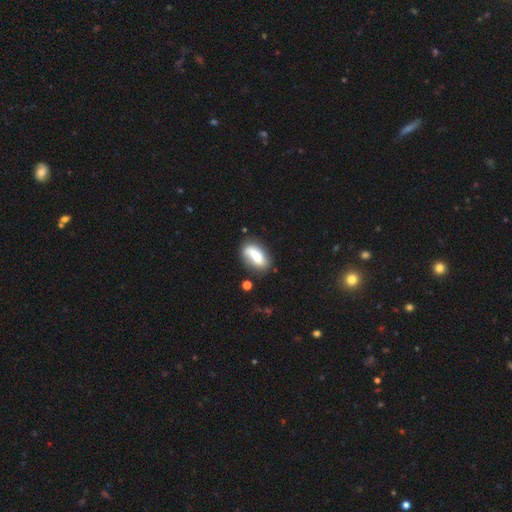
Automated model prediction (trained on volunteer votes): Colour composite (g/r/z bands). It shows a smooth galaxy with no disk features (68%) that is in between round and cigar-shaped (81%). Merging: none (62%).